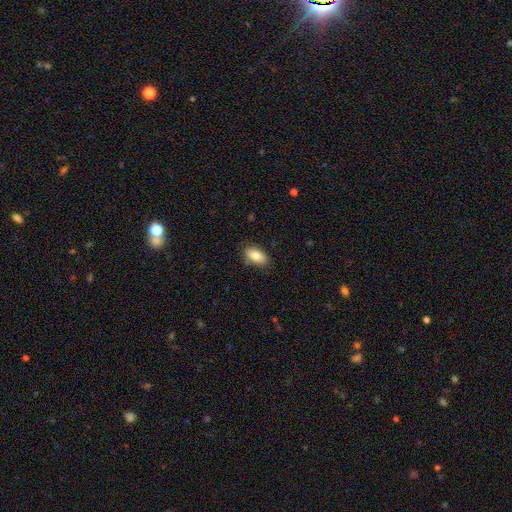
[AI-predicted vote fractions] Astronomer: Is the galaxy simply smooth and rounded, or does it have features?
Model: smooth — 82%.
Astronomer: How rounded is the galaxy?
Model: in between — 91%.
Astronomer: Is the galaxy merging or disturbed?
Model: none — 82%.